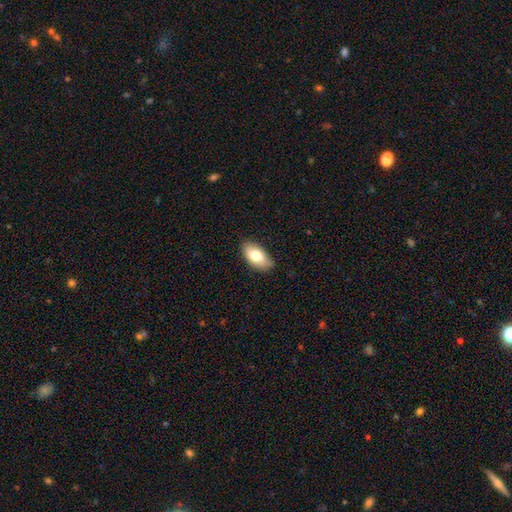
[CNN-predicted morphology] This appears to be a smooth galaxy with no disk features (76%) that is in between round and cigar-shaped (93%). Merging: none (82%).